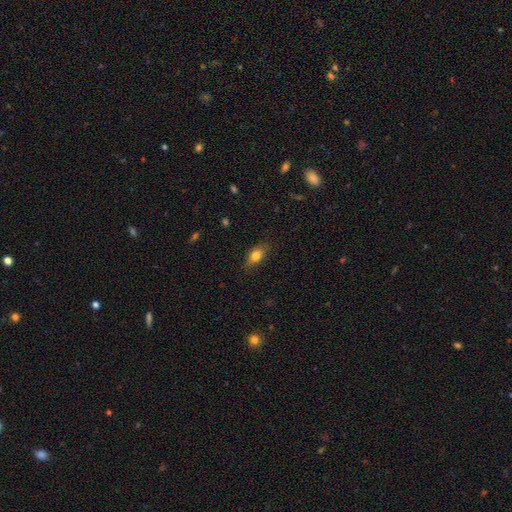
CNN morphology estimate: A smooth galaxy with no disk features (80%) that is in between round and cigar-shaped (82%). Merging: none (81%).